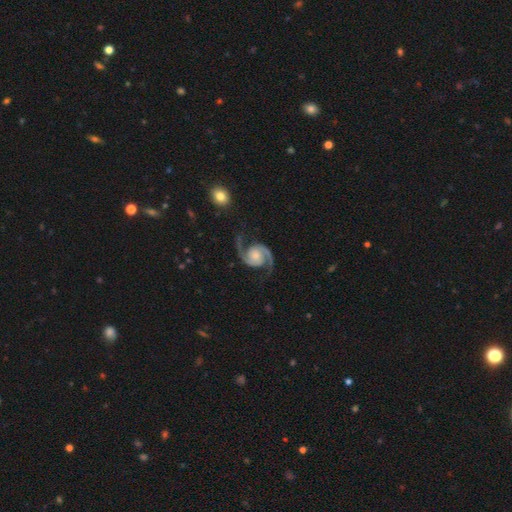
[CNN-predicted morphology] Q: Smooth or featured?
A: featured or disk (93%); runner-up: star or artifact (4%)
Q: Edge-on disk?
A: no (98%); runner-up: yes (2%)
Q: Bar?
A: no (71%); runner-up: weak (22%)
Q: Spiral arms?
A: yes (99%); runner-up: no (1%)
Q: Spiral winding?
A: medium (56%); runner-up: loose (29%)
Q: Spiral arm count?
A: 2 (95%); runner-up: can't tell (1%)
Q: Bulge size?
A: moderate (41%); runner-up: small (38%)
Q: Merging?
A: none (79%); runner-up: minor disturbance (13%)